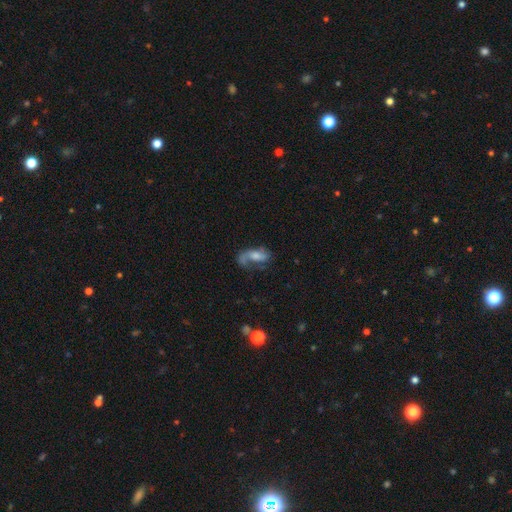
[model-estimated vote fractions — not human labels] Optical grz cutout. It shows a featured or disk galaxy (61%) with no bar (57%), spiral arms (82%) and a moderate central bulge (44%). Merging: none (44%).